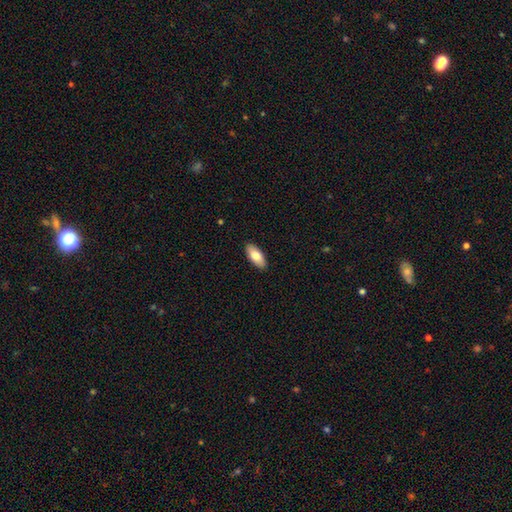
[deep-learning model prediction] Overall: smooth (80%). How rounded: in between (86%). Merging: none (90%).